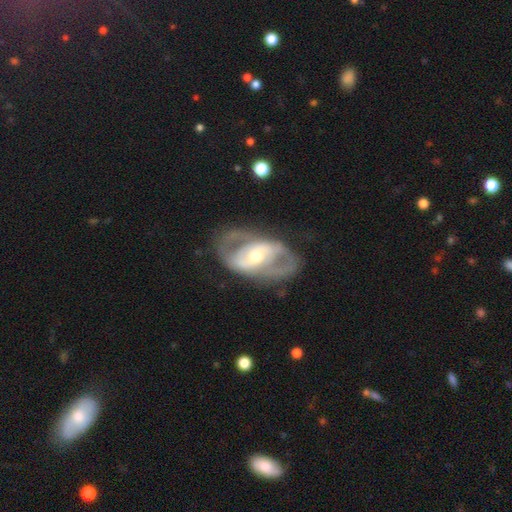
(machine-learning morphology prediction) Smooth or featured? featured or disk (80%)
Edge-on disk? no (93%)
Bar? strong (38%)
Spiral arms? yes (67%)
Bulge size? moderate (51%)
Merging? none (68%)